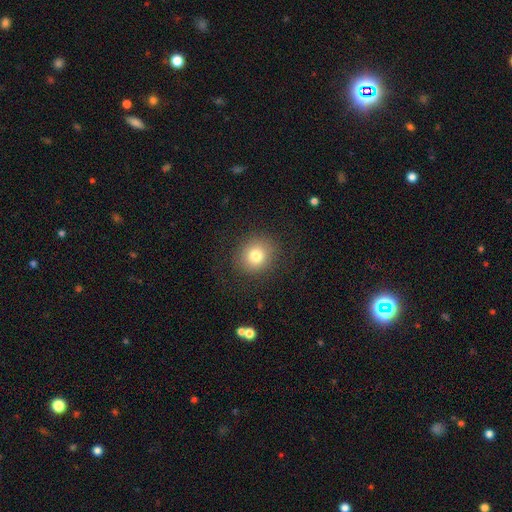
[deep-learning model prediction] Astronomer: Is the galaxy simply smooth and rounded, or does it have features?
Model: smooth — 78%.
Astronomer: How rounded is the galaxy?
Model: round — 82%.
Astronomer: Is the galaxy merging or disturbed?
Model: none — 85%.